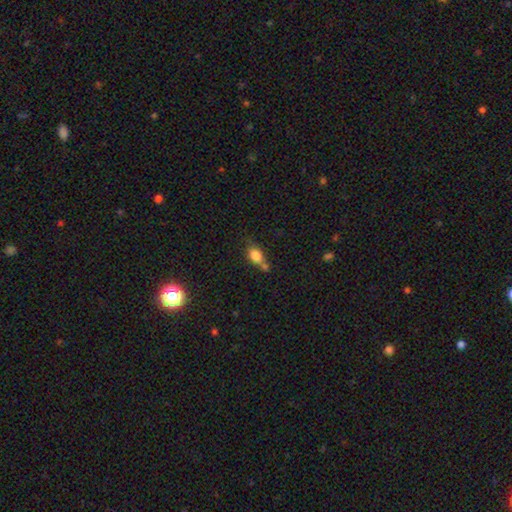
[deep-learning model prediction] Smooth or featured? Predicted: smooth (p=0.80). How rounded? Predicted: in between (p=0.69). Merging? Predicted: none (p=0.39).